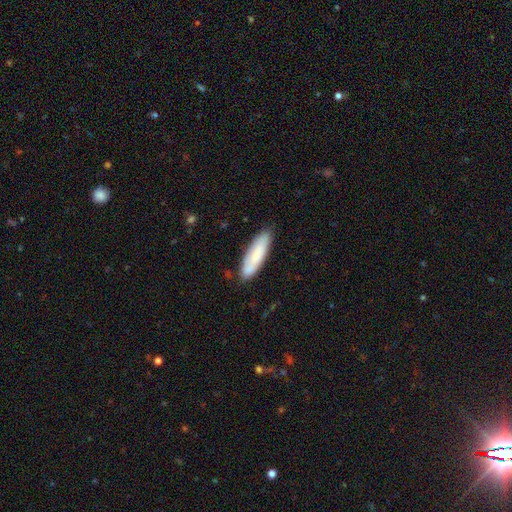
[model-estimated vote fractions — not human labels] Overall: smooth (74%). How rounded: cigar-shaped (59%; in between 40%). Merging: none (82%).